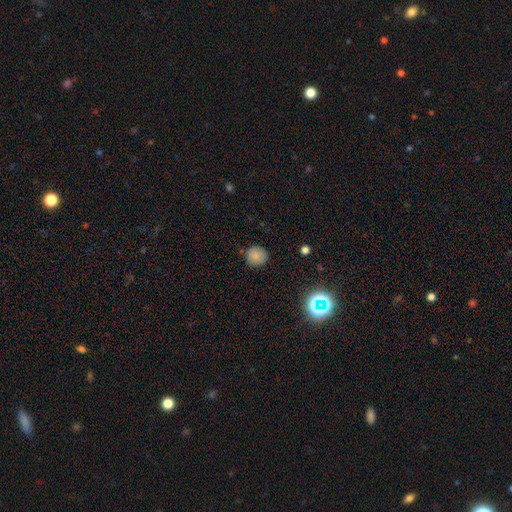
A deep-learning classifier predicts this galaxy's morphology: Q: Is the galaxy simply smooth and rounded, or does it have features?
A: smooth — 82%.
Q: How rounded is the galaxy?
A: round — 90%.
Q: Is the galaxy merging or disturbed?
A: none — 87%.